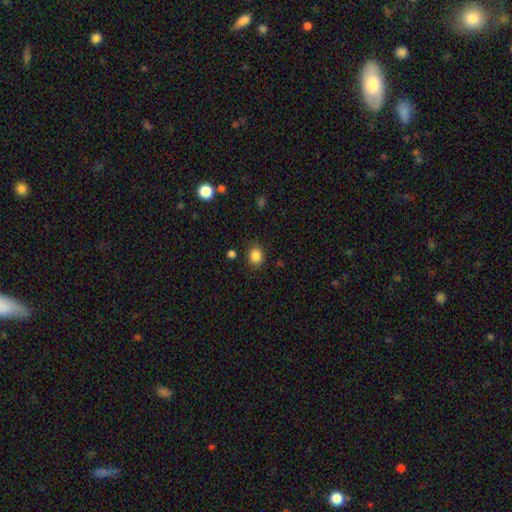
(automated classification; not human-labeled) Smooth or featured? Predicted: smooth (p=0.85). How rounded? Predicted: round (p=0.69). Merging? Predicted: none (p=0.83).